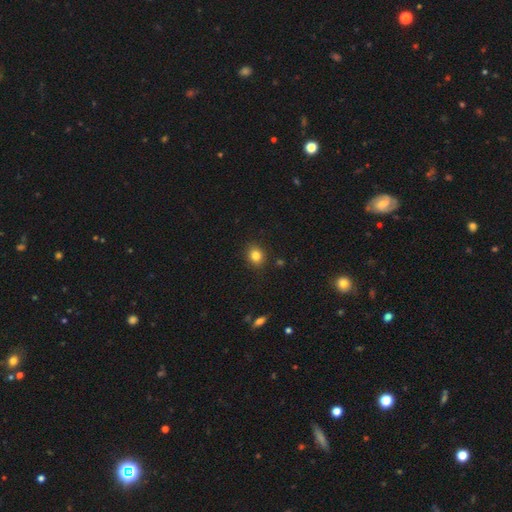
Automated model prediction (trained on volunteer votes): This is clearly a smooth galaxy (83%). How rounded: likely round (61%). Merging: clearly none (88%).